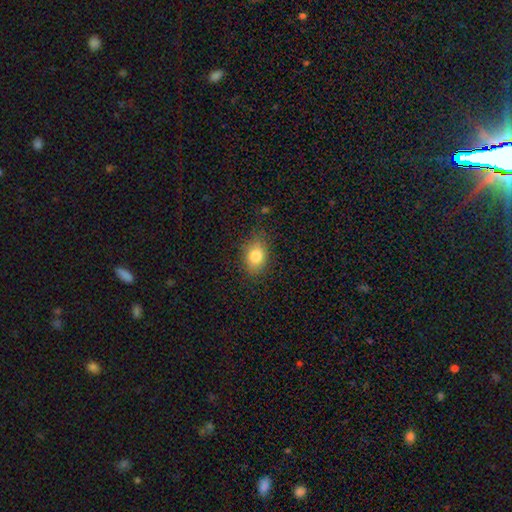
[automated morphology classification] smooth_or_featured: smooth (p=0.80) [alt: star or artifact p=0.10]
how_rounded: in between (p=0.70) [alt: round p=0.28]
merging: none (p=0.81) [alt: minor disturbance p=0.14]